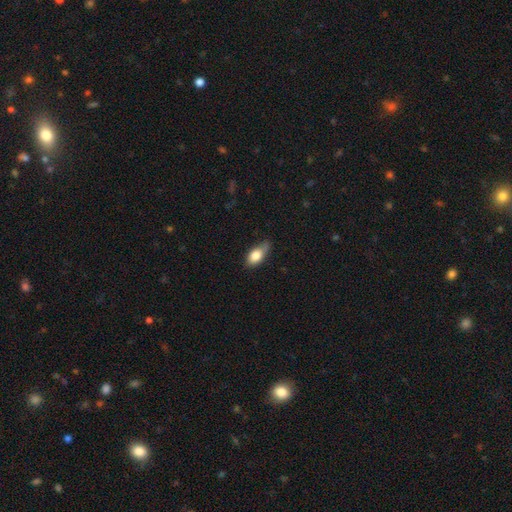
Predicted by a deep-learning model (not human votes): The model was most divided on "merging": none: 49%, minor disturbance: 40%, major disturbance: 9%, merger: 3%. More confident: how rounded — in between (86%); smooth or featured — smooth (79%).